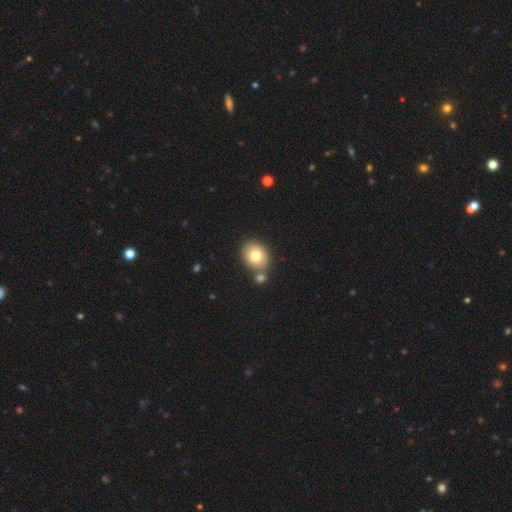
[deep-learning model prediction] smooth 78%, featured or disk 13%, star or artifact 9%. Down the decision tree: how rounded — round (58%); merging — none (64%).